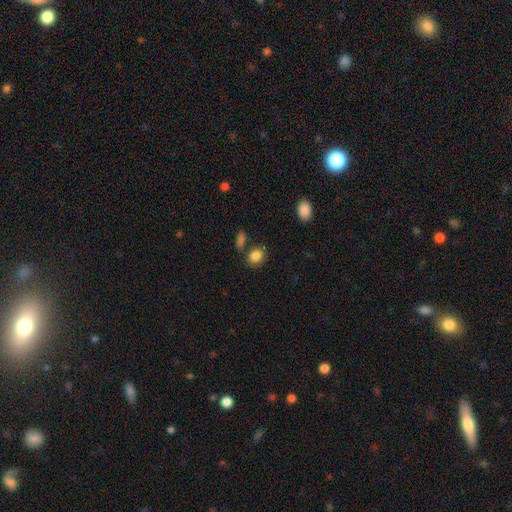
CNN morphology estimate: Smooth or featured? Predicted: smooth (p=0.86). How rounded? Predicted: in between (p=0.54). Merging? Predicted: none (p=0.75).